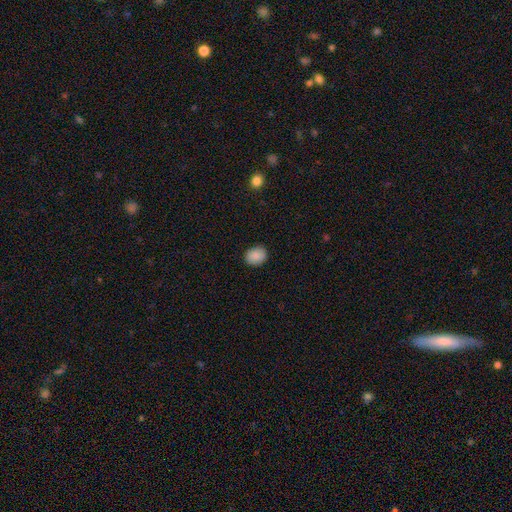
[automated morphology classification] Smooth or featured?
  - smooth: 88% *
  - star or artifact: 8%
  - featured or disk: 4%
How rounded?
  - round: 51% *
  - in between: 48%
  - cigar-shaped: 1%
Merging?
  - none: 87% *
  - minor disturbance: 9%
  - major disturbance: 2%
  - merger: 1%